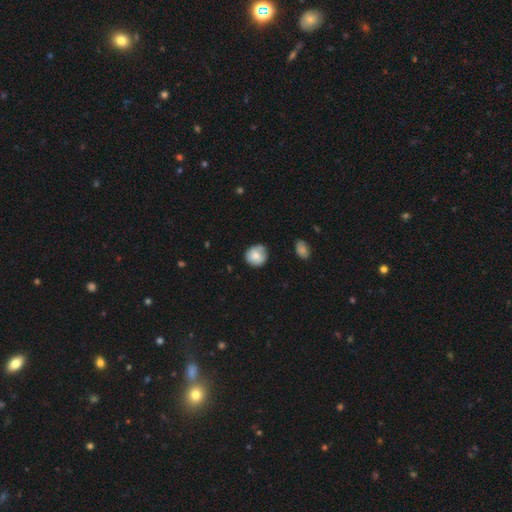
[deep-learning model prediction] This appears to be a smooth galaxy with no disk features (76%) that is round (87%). Merging: none (69%).